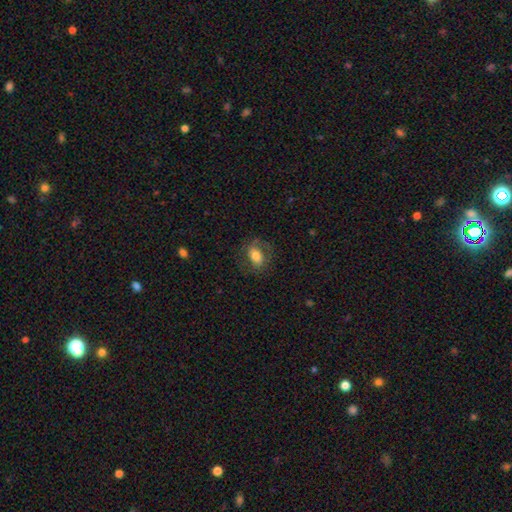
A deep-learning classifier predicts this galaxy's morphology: The model was most divided on "smooth or featured": smooth: 64%, featured or disk: 28%, star or artifact: 8%. More confident: how rounded — in between (78%); merging — none (68%).